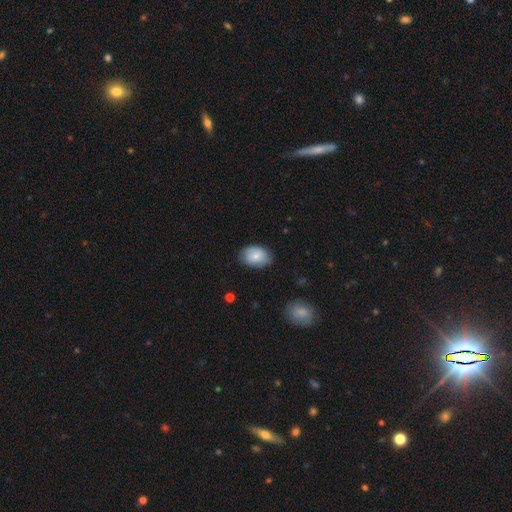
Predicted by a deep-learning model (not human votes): Morphology: type=smooth (78%); roundness=in between (82%); merging=none (77%).